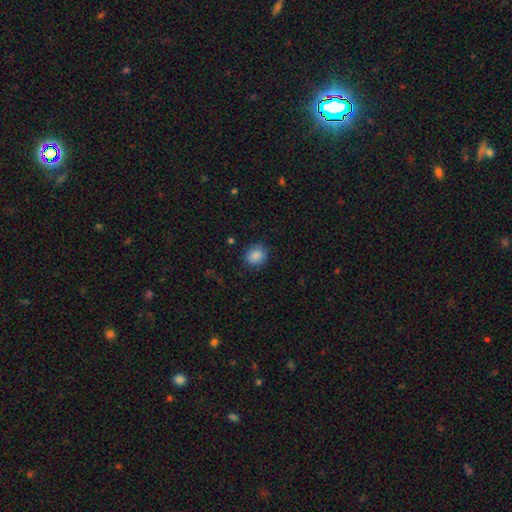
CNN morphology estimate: smooth_or_featured: smooth (p=0.87) [alt: star or artifact p=0.09]
how_rounded: round (p=0.73) [alt: in between p=0.26]
merging: none (p=0.83) [alt: minor disturbance p=0.12]